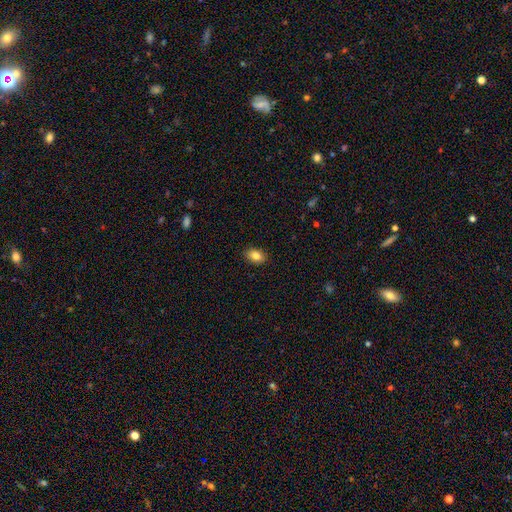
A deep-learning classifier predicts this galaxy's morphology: The model was most divided on "how rounded": in between: 85%, round: 14%, cigar-shaped: 1%. More confident: merging — none (89%); smooth or featured — smooth (85%).